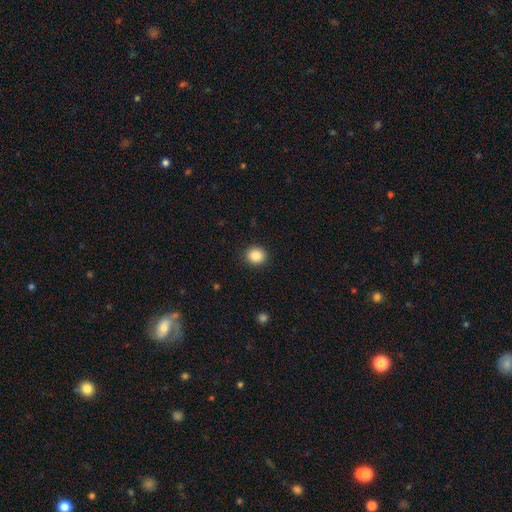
smooth 97%, star or artifact 3%, featured or disk 0%. Down the decision tree: how rounded — round (86%); merging — none (95%).